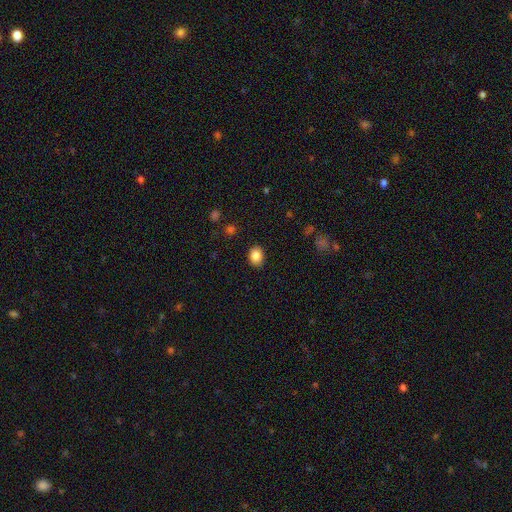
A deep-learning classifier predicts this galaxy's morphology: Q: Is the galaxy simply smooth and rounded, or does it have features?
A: smooth — 86%.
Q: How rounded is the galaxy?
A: in between — 52%.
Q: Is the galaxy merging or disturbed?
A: none — 86%.